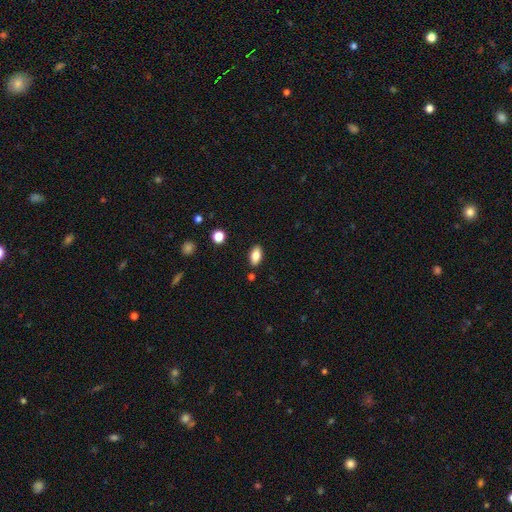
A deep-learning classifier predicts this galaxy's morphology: smooth_or_featured: smooth (p=0.81) [alt: featured or disk p=0.11]
how_rounded: in between (p=0.90) [alt: cigar-shaped p=0.06]
merging: none (p=0.86) [alt: minor disturbance p=0.09]